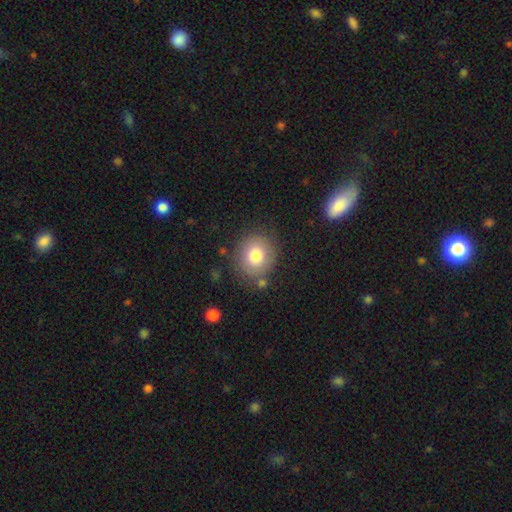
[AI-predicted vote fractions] smooth_or_featured: smooth (p=0.77) [alt: featured or disk p=0.13]
how_rounded: round (p=0.81) [alt: in between p=0.18]
merging: none (p=0.78) [alt: minor disturbance p=0.13]